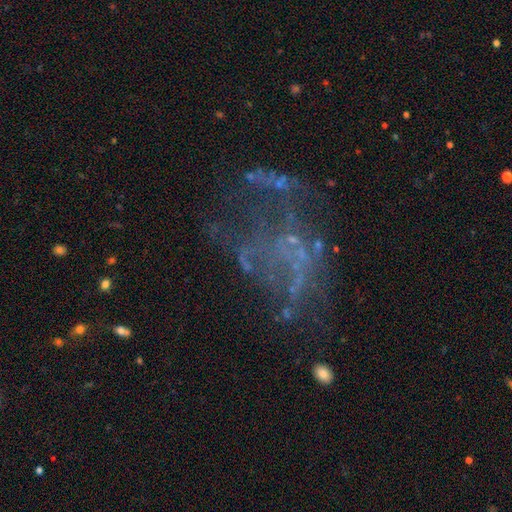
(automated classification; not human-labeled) Smooth or featured? featured or disk (59%)
Edge-on disk? no (97%)
Bar? no (93%)
Spiral arms? no (90%)
Bulge size? none (83%)
Merging? none (40%)